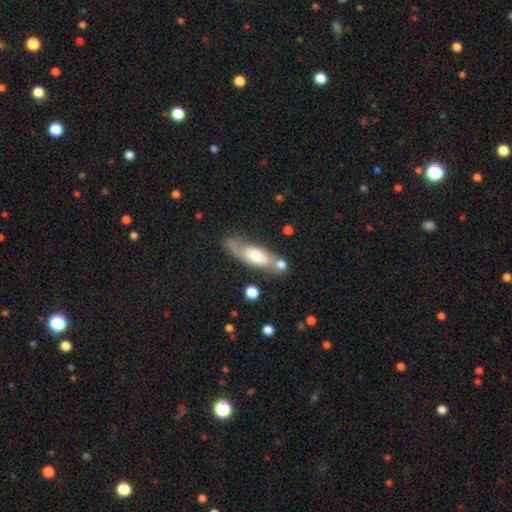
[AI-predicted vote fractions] Smooth or featured?
  - featured or disk: 49% *
  - smooth: 44%
  - star or artifact: 7%
Merging?
  - none: 46% *
  - merger: 22%
  - minor disturbance: 20%
  - major disturbance: 12%